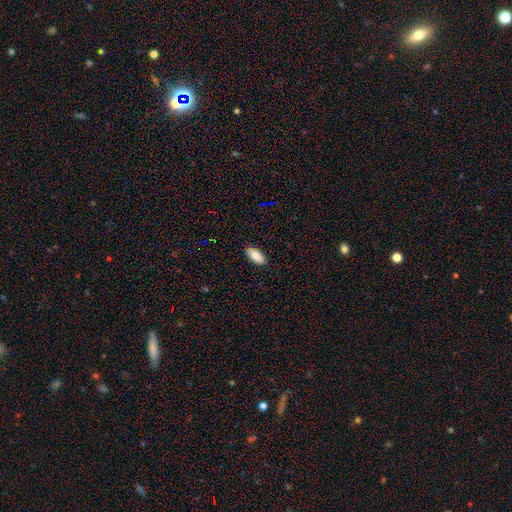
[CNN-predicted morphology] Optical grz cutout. It shows a smooth galaxy with no disk features (82%) that is in between round and cigar-shaped (89%). Merging: none (89%).